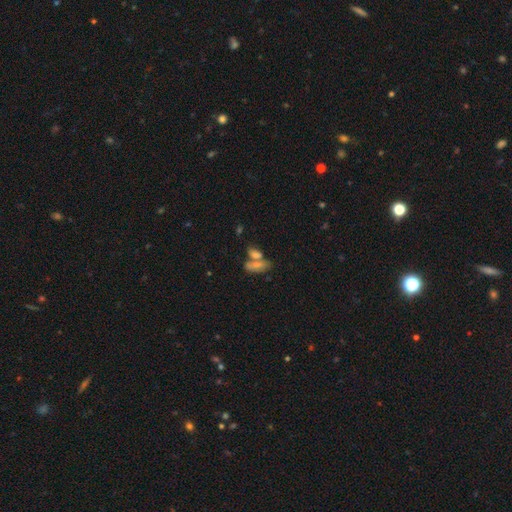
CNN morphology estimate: smooth 63%, featured or disk 22%, star or artifact 15%. Down the decision tree: how rounded — in between (69%); merging — merger (47%).